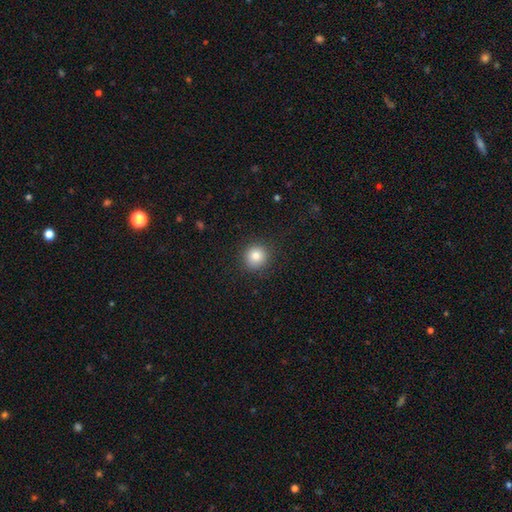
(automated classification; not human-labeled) Q: Smooth or featured?
A: smooth (84%); runner-up: star or artifact (11%)
Q: How rounded?
A: round (91%); runner-up: in between (8%)
Q: Merging?
A: none (90%); runner-up: minor disturbance (7%)